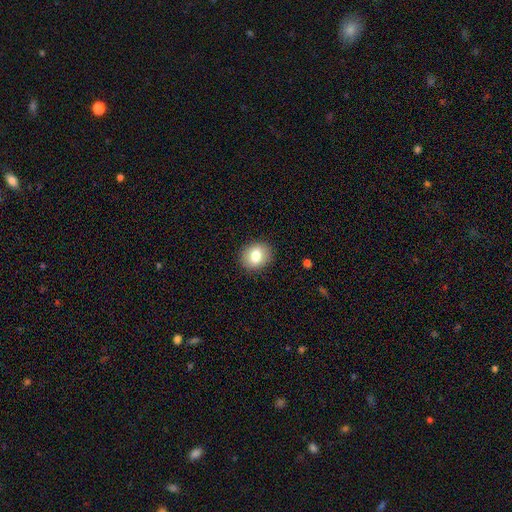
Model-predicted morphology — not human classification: smooth_or_featured: smooth (p=0.78) [alt: featured or disk p=0.14]
how_rounded: round (p=0.58) [alt: in between p=0.41]
merging: none (p=0.89) [alt: minor disturbance p=0.08]